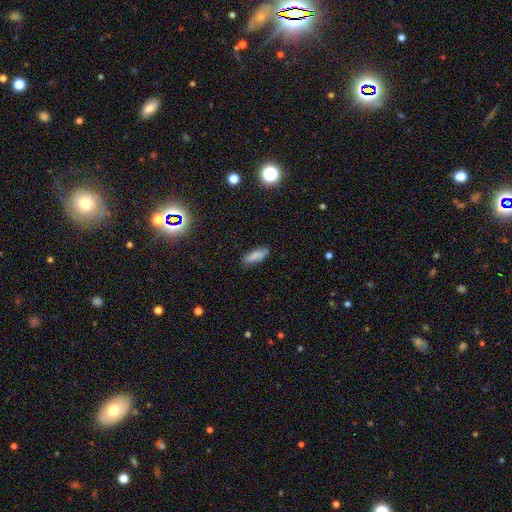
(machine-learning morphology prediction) Smooth or featured: smooth — 77% (featured or disk — 13%)
How rounded: in between — 60% (cigar-shaped — 37%)
Merging: none — 75% (minor disturbance — 19%)